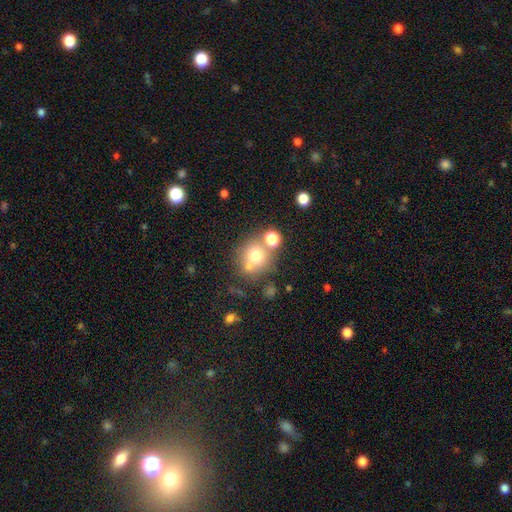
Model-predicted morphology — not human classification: The model was most divided on "merging": none: 59%, merger: 26%, minor disturbance: 10%, major disturbance: 5%. More confident: how rounded — round (87%); smooth or featured — smooth (68%).